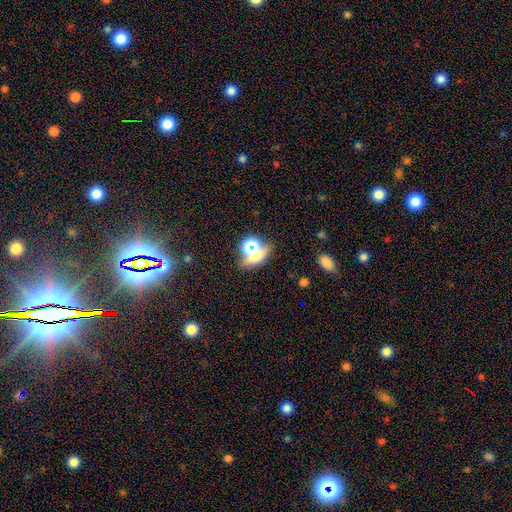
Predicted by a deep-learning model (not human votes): A smooth galaxy with no disk features (53%) that is in between round and cigar-shaped (51%).

Vote fractions:
- Smooth or featured? smooth: 53% / star or artifact: 31% / featured or disk: 16%
- How rounded? in between: 51% / round: 38% / cigar-shaped: 11%
- Merging? none: 60% / merger: 23% / minor disturbance: 11% / major disturbance: 6%